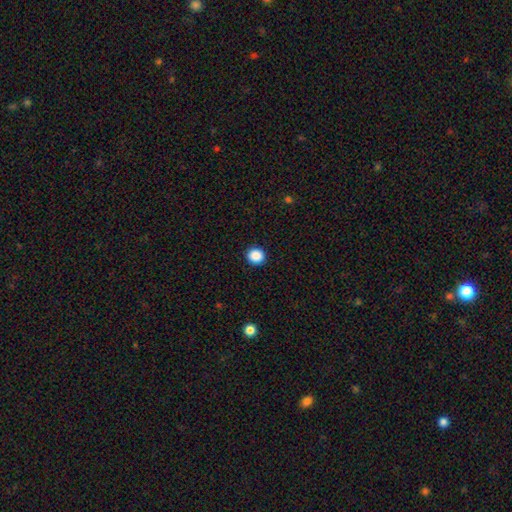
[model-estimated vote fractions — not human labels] A smooth galaxy with no disk features (88%) that is round (85%). Merging: none (92%).